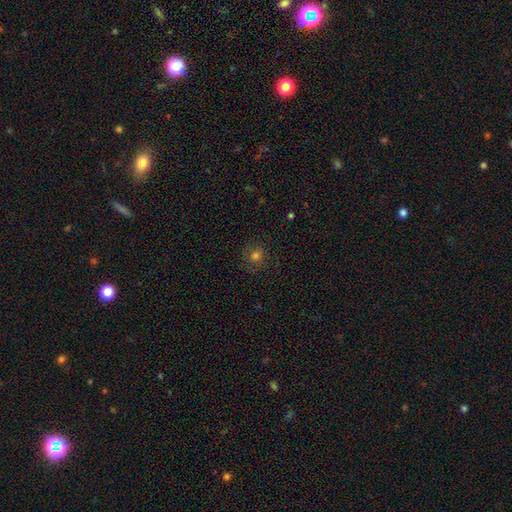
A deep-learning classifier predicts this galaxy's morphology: This is likely a smooth galaxy (67%). How rounded: clearly round (82%). Merging: likely none (78%).